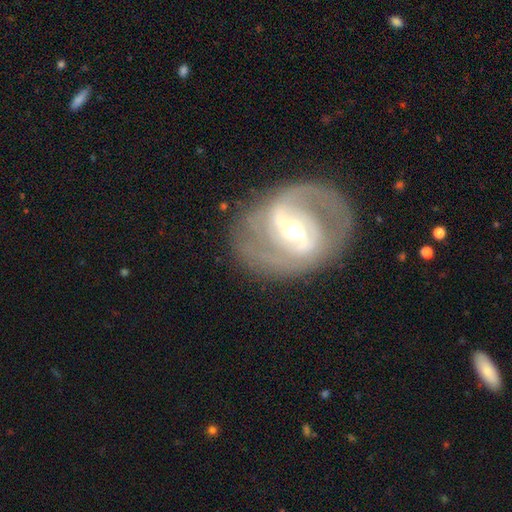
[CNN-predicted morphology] Smooth or featured: featured or disk — 87% (smooth — 8%)
Edge-on disk: no — 97% (yes — 3%)
Bar: strong — 48% (weak — 37%)
Spiral arms: yes — 92% (no — 8%)
Spiral winding: medium — 48% (tight — 35%)
Spiral arm count: 2 — 82% (can't tell — 7%)
Bulge size: moderate — 52% (small — 42%)
Merging: none — 77% (minor disturbance — 13%)